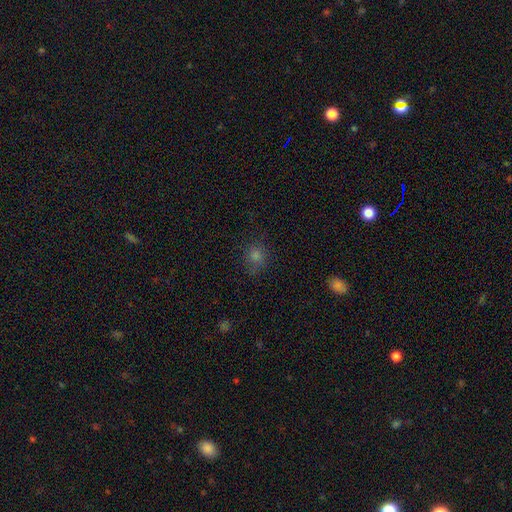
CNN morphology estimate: The model was most divided on "smooth or featured": smooth: 71%, star or artifact: 22%, featured or disk: 8%. More confident: merging — none (77%); how rounded — round (75%).